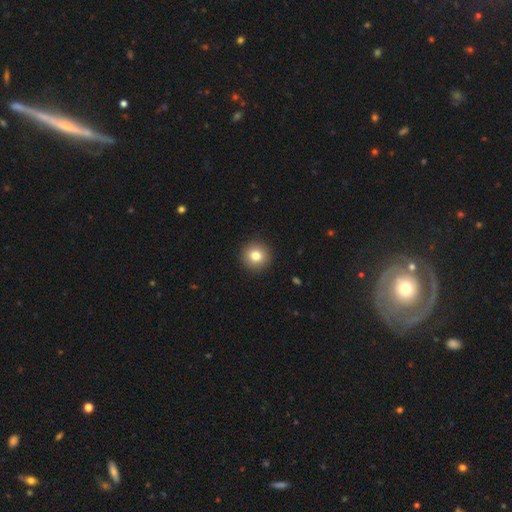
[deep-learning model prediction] smooth-or-featured: smooth: 81% | star or artifact: 10% | featured or disk: 9%
  how-rounded: round: 94% | in between: 5% | cigar-shaped: 1%
  merging: none: 93% | minor disturbance: 5% | major disturbance: 2% | merger: 1%